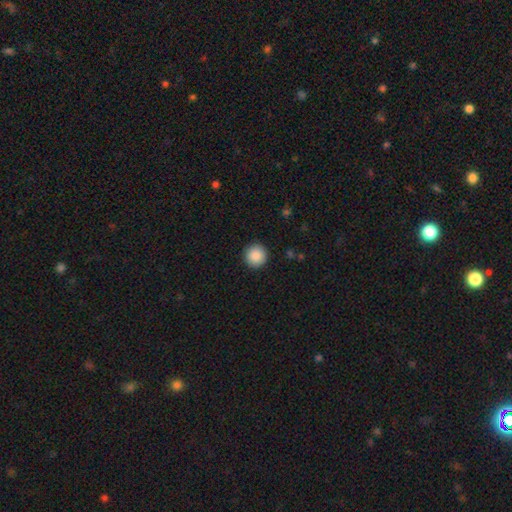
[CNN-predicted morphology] Smooth or featured? smooth (89%)
How rounded? round (95%)
Merging? none (92%)